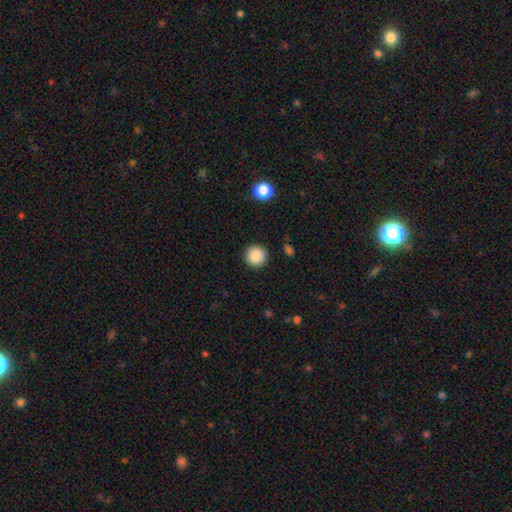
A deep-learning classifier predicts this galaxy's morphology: smooth_or_featured: smooth (p=0.88) [alt: star or artifact p=0.09]
how_rounded: round (p=0.96) [alt: in between p=0.03]
merging: none (p=0.92) [alt: minor disturbance p=0.05]